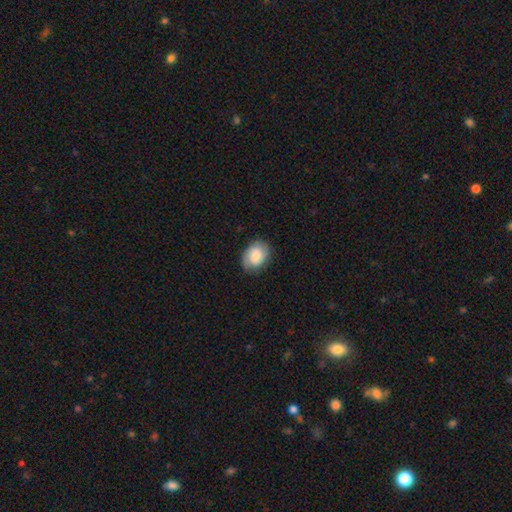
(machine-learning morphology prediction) Smooth or featured? smooth (68%)
How rounded? in between (71%)
Merging? none (79%)